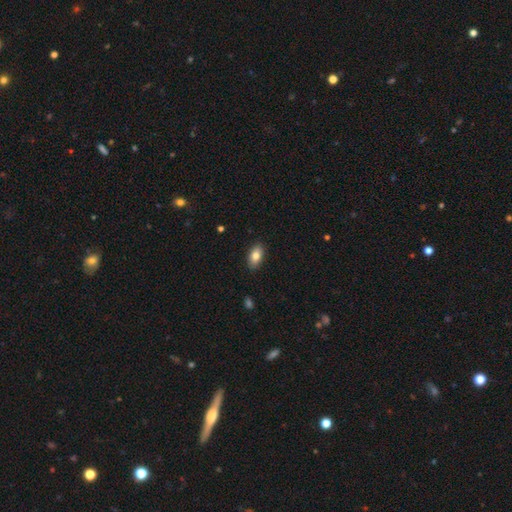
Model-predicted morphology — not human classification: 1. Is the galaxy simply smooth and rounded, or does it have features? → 82% smooth, 11% featured or disk, 7% star or artifact.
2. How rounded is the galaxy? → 91% in between, 5% round, 3% cigar-shaped.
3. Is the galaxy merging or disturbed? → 88% none, 9% minor disturbance, 2% major disturbance, 1% merger.